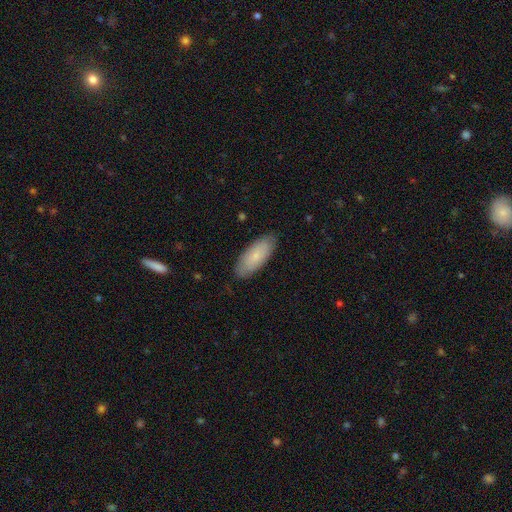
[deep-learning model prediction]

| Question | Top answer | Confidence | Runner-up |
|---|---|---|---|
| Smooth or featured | smooth | 76% | featured or disk (18%) |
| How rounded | in between | 80% | cigar-shaped (18%) |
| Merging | none | 84% | minor disturbance (13%) |